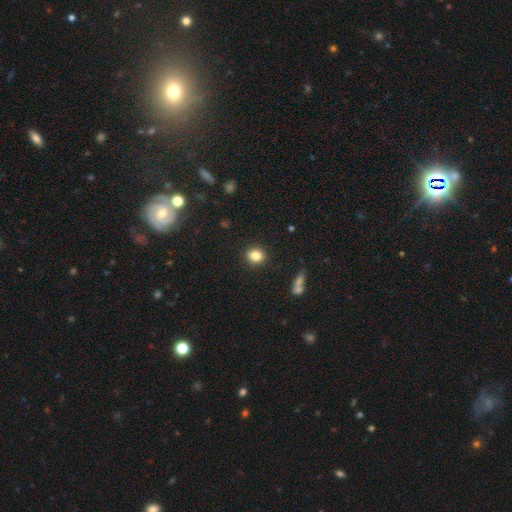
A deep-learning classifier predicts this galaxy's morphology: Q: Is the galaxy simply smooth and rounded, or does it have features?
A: smooth — 84%.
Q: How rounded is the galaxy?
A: round — 74%.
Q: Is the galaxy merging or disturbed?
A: none — 90%.